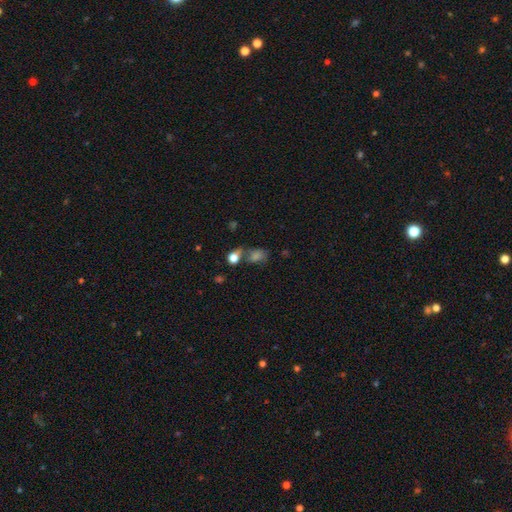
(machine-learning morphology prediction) smooth_or_featured: smooth (p=0.53) [alt: star or artifact p=0.29]
how_rounded: in between (p=0.58) [alt: round p=0.38]
merging: none (p=0.48) [alt: merger p=0.28]